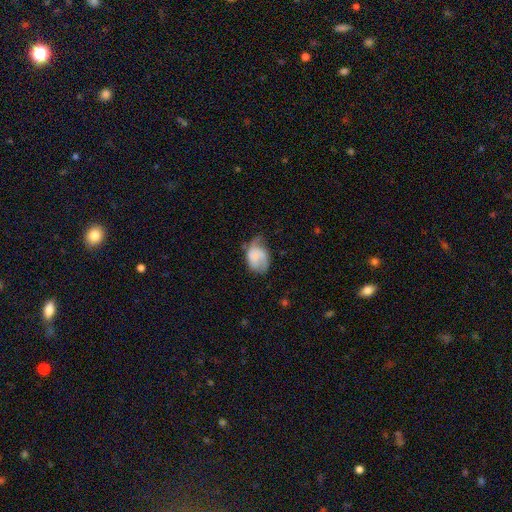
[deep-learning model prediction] This appears to be a smooth galaxy with no disk features (63%) that is in between round and cigar-shaped (73%). Merging: minor disturbance (39%).